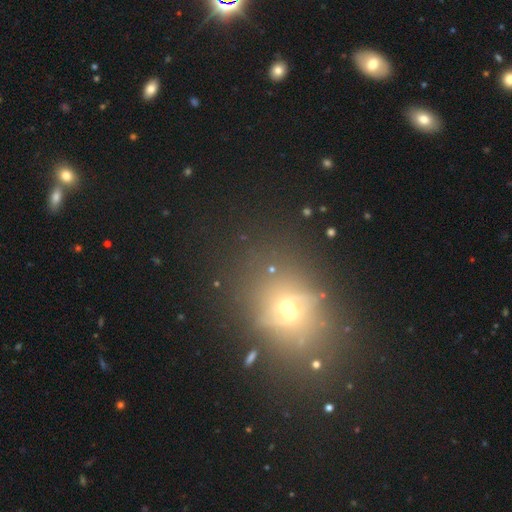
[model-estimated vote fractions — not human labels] Overall: smooth (54%; star or artifact 32%). How rounded: round (50%; in between 48%). Merging: none (81%).